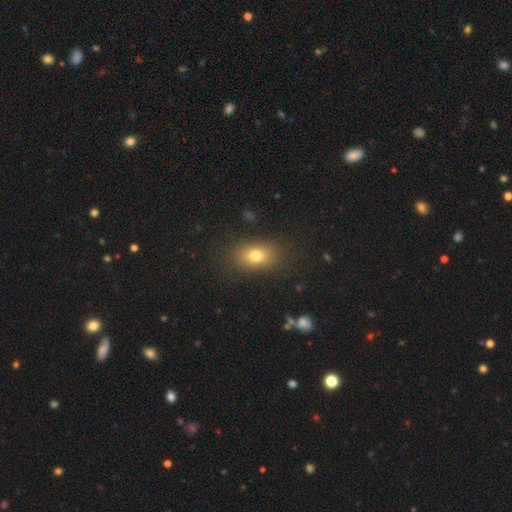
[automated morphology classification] The model was most divided on "how rounded": in between: 79%, round: 19%, cigar-shaped: 2%. More confident: merging — none (85%); smooth or featured — smooth (77%).